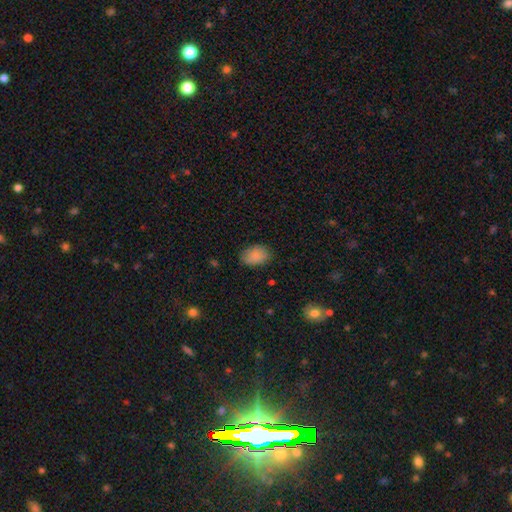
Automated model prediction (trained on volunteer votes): Smooth or featured? smooth (86%)
How rounded? in between (86%)
Merging? none (82%)